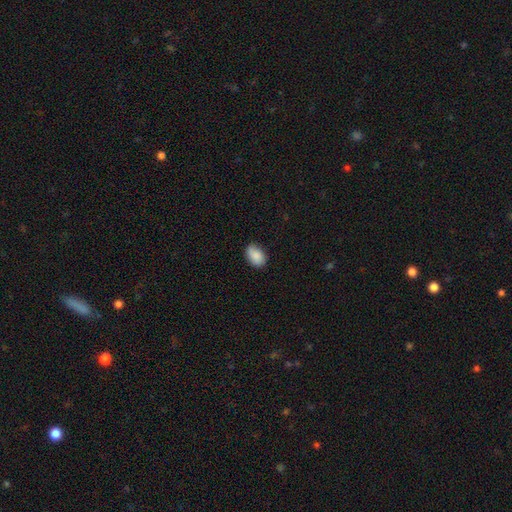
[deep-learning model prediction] Smooth or featured? smooth (86%)
How rounded? in between (85%)
Merging? none (80%)